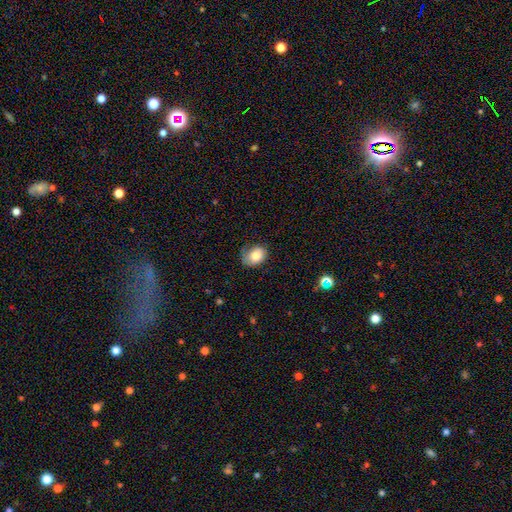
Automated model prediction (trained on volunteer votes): Overall: smooth (78%). How rounded: in between (63%; round 36%). Merging: none (55%; minor disturbance 31%).